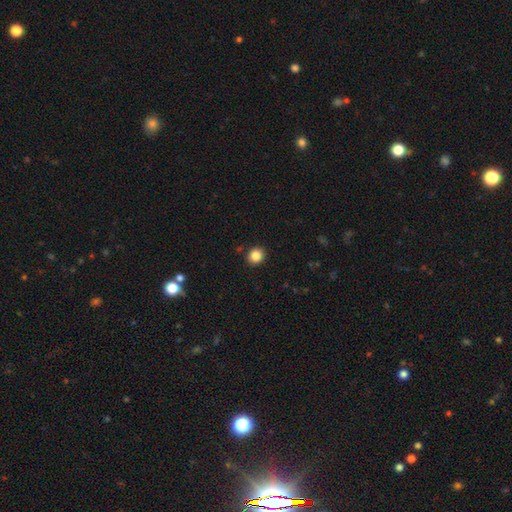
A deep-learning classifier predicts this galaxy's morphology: This appears to be a smooth galaxy with no disk features (85%) that is round (79%). Merging: none (90%).